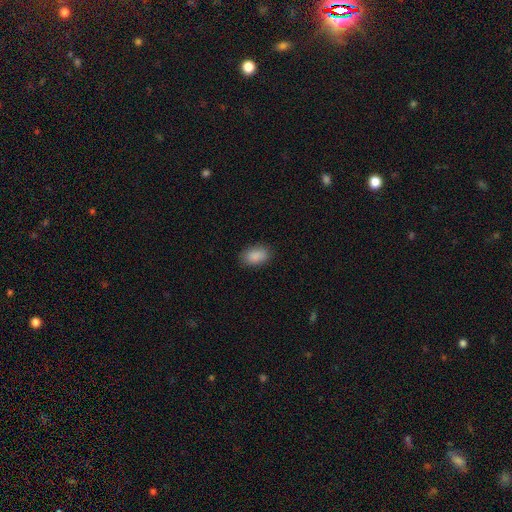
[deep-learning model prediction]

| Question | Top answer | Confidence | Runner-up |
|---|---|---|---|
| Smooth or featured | smooth | 89% | star or artifact (7%) |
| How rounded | in between | 90% | round (8%) |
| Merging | none | 86% | minor disturbance (11%) |